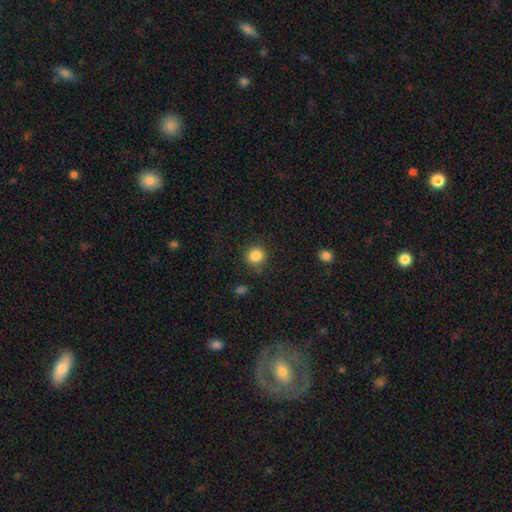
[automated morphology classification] smooth 86%, star or artifact 10%, featured or disk 4%. Down the decision tree: how rounded — round (92%); merging — none (83%).